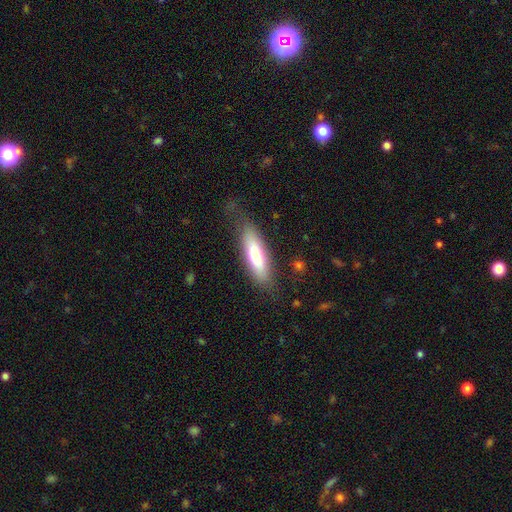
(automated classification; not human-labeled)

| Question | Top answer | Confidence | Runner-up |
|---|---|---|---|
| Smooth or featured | smooth | 68% | featured or disk (26%) |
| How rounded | cigar-shaped | 53% | in between (46%) |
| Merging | none | 74% | minor disturbance (17%) |